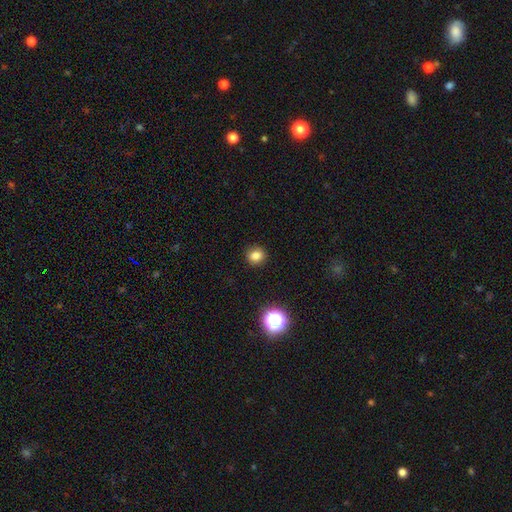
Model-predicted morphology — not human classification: Smooth or featured: smooth — 82% (star or artifact — 14%)
How rounded: round — 82% (in between — 17%)
Merging: none — 90% (minor disturbance — 7%)